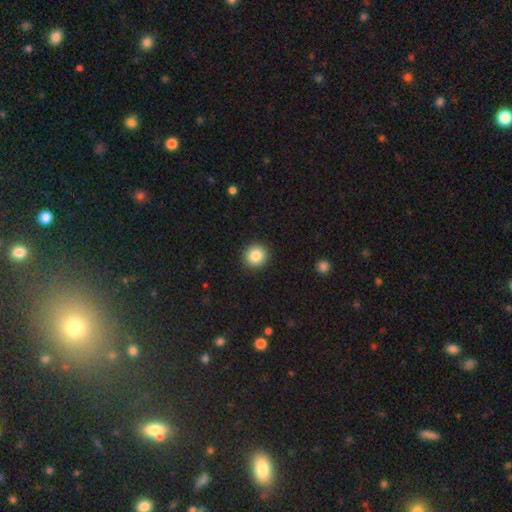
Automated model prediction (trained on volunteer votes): Q: Smooth or featured?
A: smooth (85%); runner-up: star or artifact (9%)
Q: How rounded?
A: round (93%); runner-up: in between (7%)
Q: Merging?
A: none (92%); runner-up: minor disturbance (5%)